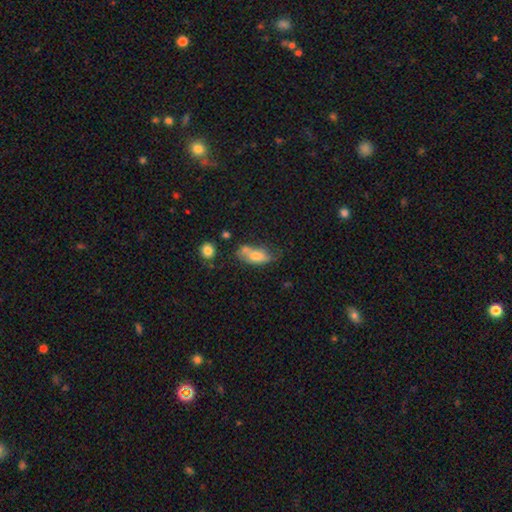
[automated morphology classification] This is likely a smooth galaxy (65%). How rounded: clearly in between (83%). Merging: marginally none (38%).